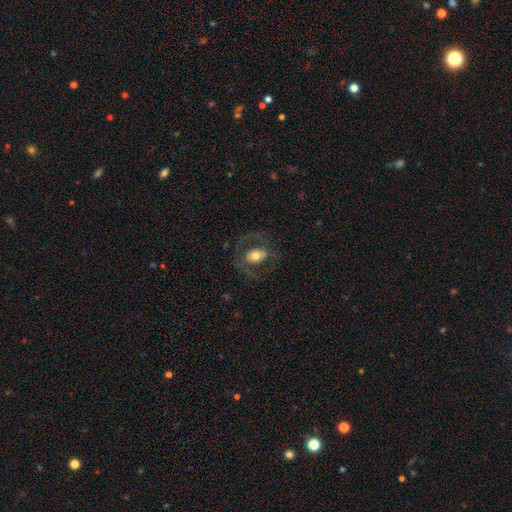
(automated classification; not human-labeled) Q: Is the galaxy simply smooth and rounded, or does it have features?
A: smooth — 48%.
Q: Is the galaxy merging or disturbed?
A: none — 71%.